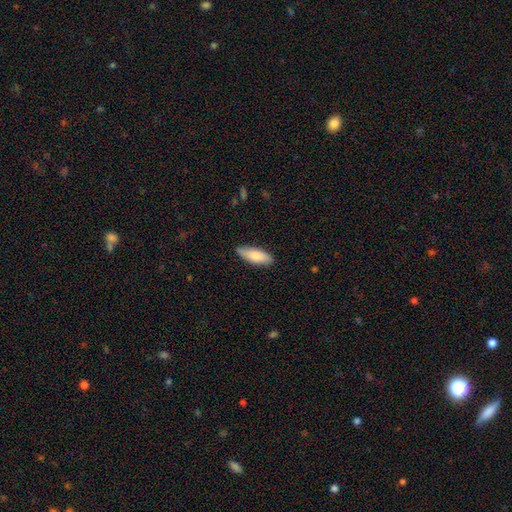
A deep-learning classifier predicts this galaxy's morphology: A smooth galaxy with no disk features (80%) that is in between round and cigar-shaped (67%). Merging: none (85%).